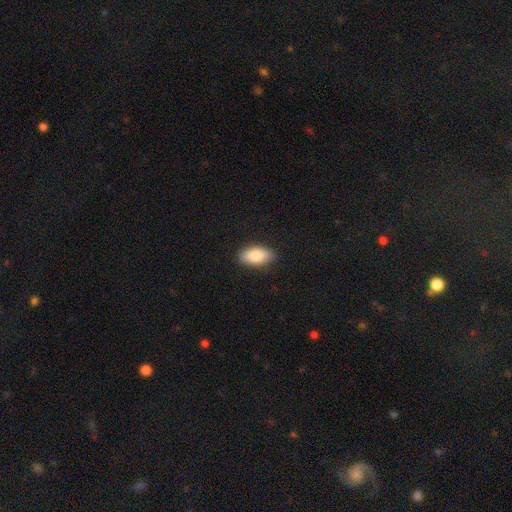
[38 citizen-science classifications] Smooth or featured: smooth — 89% (featured or disk — 8%)
How rounded: in between — 91% (cigar-shaped — 6%)
Merging: none — 89% (minor disturbance — 8%)